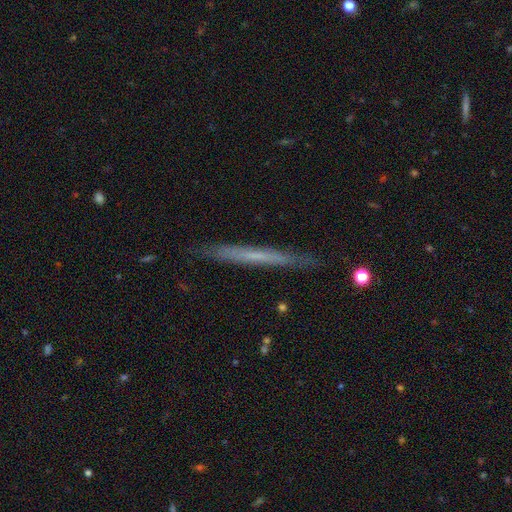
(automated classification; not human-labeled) smooth-or-featured: featured or disk: 50% | smooth: 44% | star or artifact: 7%
  merging: none: 87% | minor disturbance: 10% | major disturbance: 2% | merger: 1%